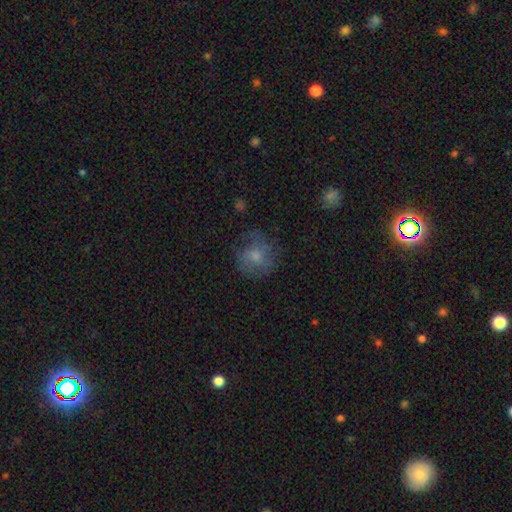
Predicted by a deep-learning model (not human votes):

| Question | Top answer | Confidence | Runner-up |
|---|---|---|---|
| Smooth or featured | smooth | 61% | featured or disk (29%) |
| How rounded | round | 78% | in between (21%) |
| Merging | none | 56% | minor disturbance (24%) |